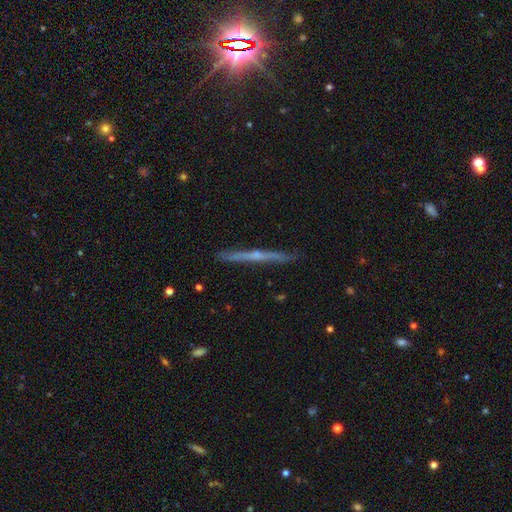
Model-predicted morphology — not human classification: Smooth or featured? Predicted: featured or disk (p=0.73). Edge-on disk? Predicted: yes (p=0.98). Edge-on bulge? Predicted: rounded (p=0.58). Merging? Predicted: none (p=0.90).